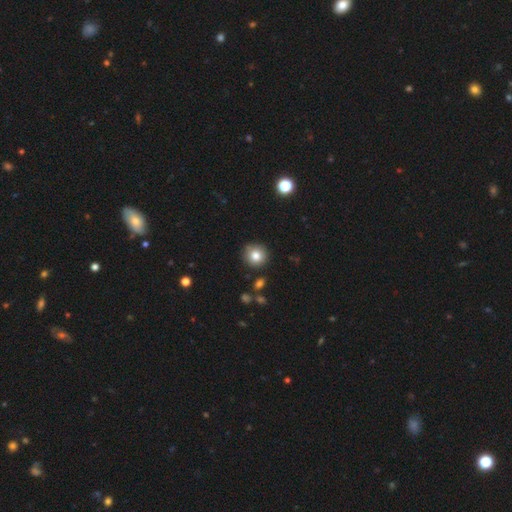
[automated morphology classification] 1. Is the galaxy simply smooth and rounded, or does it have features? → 81% smooth, 10% star or artifact, 9% featured or disk.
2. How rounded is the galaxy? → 92% round, 7% in between, 1% cigar-shaped.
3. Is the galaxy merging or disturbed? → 87% none, 8% minor disturbance, 2% merger, 2% major disturbance.